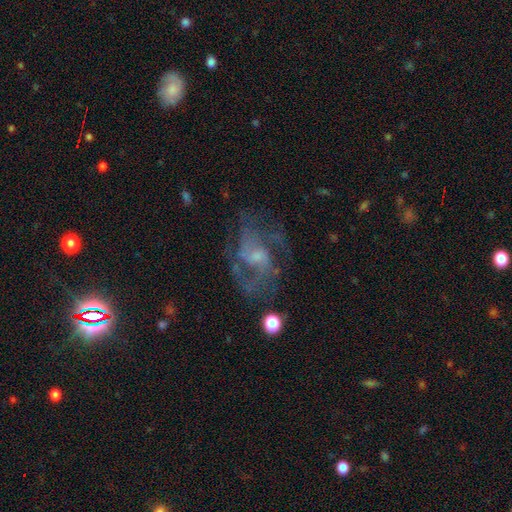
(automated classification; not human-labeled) Morphology: type=featured or disk (78%); edge-on=no (97%); bar=no (52%); spiral arms=yes (87%); winding=medium (51%); arm count=2 (38%); bulge=small (55%); merging=none (58%).